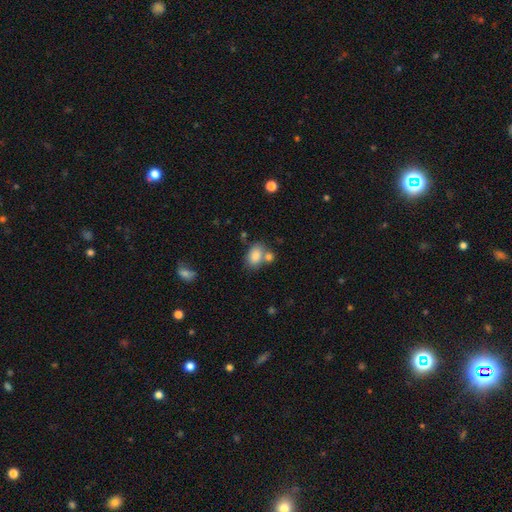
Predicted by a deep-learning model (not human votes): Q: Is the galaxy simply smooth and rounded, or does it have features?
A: smooth — 84%.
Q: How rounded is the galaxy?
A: in between — 83%.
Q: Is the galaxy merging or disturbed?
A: none — 52%.